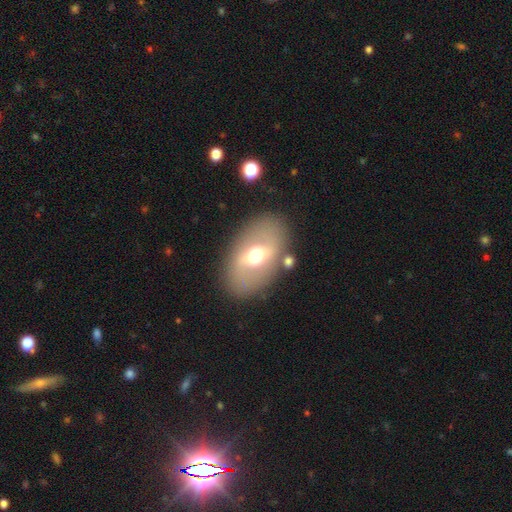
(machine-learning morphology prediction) Smooth or featured?
  - featured or disk: 48% *
  - smooth: 44%
  - star or artifact: 8%
Merging?
  - none: 80% *
  - minor disturbance: 11%
  - major disturbance: 5%
  - merger: 4%